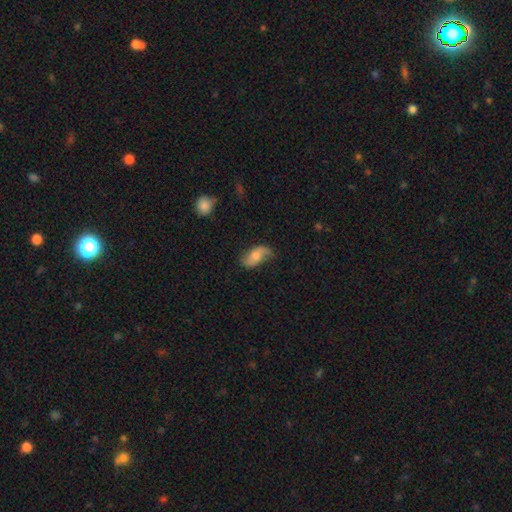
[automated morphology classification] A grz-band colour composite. It shows a smooth galaxy with no disk features (50%) that is in between round and cigar-shaped (89%). Merging: none (60%).